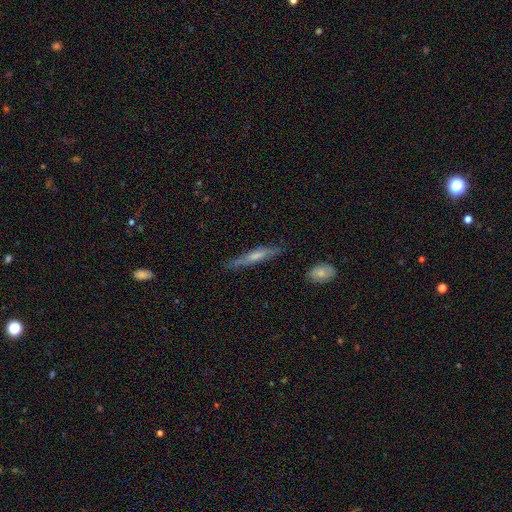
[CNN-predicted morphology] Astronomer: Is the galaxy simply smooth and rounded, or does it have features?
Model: featured or disk — 49% (runner-up: smooth, 43%).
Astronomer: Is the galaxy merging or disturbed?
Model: none — 81%.